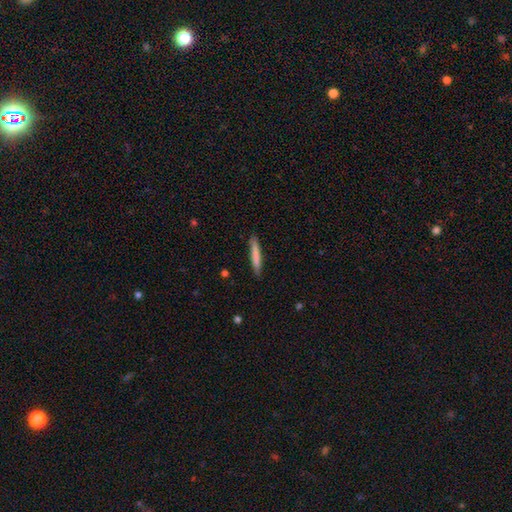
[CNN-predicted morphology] type=smooth (78%); roundness=cigar-shaped (95%); merging=none (87%).